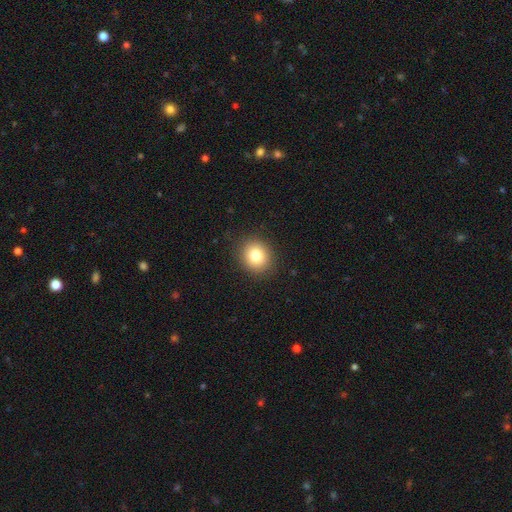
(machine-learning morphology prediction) smooth 82%, star or artifact 10%, featured or disk 8%. Down the decision tree: how rounded — round (78%); merging — none (89%).